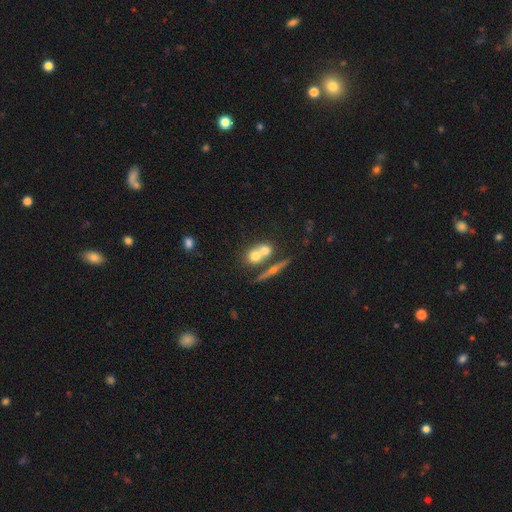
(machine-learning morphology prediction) Q: Smooth or featured?
A: smooth (60%); runner-up: featured or disk (29%)
Q: How rounded?
A: round (66%); runner-up: in between (27%)
Q: Merging?
A: merger (53%); runner-up: none (36%)